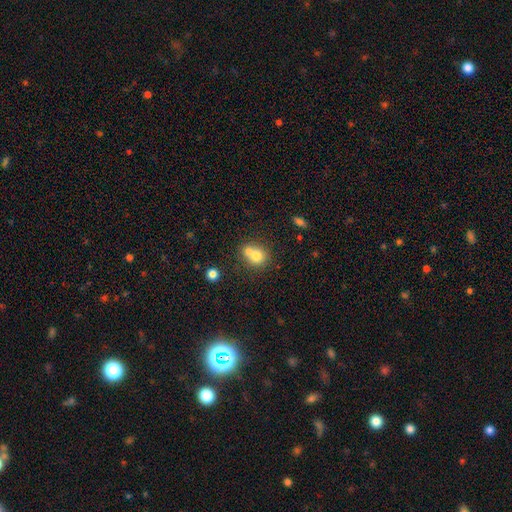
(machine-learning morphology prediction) The model was most divided on "merging": merger: 52%, none: 37%, minor disturbance: 8%, major disturbance: 3%. More confident: how rounded — round (76%); smooth or featured — smooth (74%).